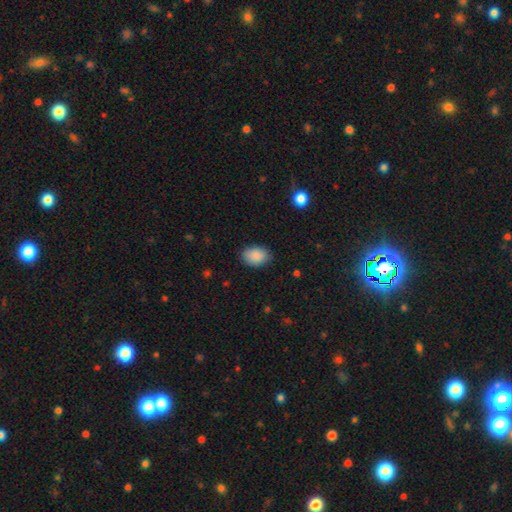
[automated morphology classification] smooth 89%, star or artifact 7%, featured or disk 4%. Down the decision tree: how rounded — in between (81%); merging — none (84%).